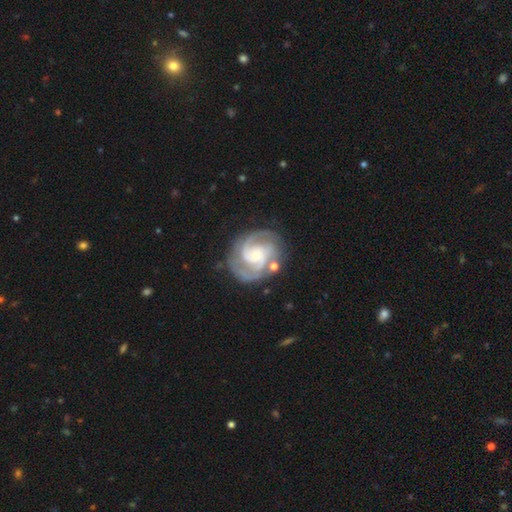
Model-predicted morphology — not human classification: smooth-or-featured: featured or disk: 89% | smooth: 6% | star or artifact: 5%
  disk-edge-on: no: 98% | yes: 2%
    bar: no: 61% | weak: 30% | strong: 9%
    has-spiral-arms: yes: 98% | no: 2%
      spiral-winding: tight: 47% | medium: 45% | loose: 8%
      spiral-arm-count: 2: 58% | 3: 25% | can't tell: 7% | 4: 4% | 1: 3% | more than 4: 3%
    bulge-size: small: 70% | moderate: 24% | large: 3% | none: 3% | dominant: 1%
  merging: none: 72% | minor disturbance: 15% | major disturbance: 7% | merger: 5%